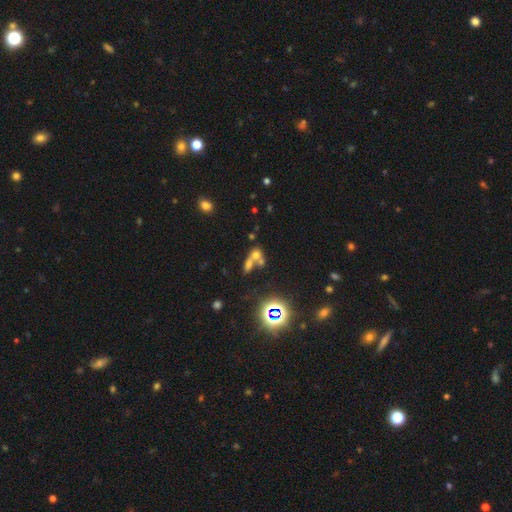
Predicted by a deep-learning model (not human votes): Overall: smooth (54%; star or artifact 26%). How rounded: round (55%; in between 41%). Merging: merger (62%; none 27%).